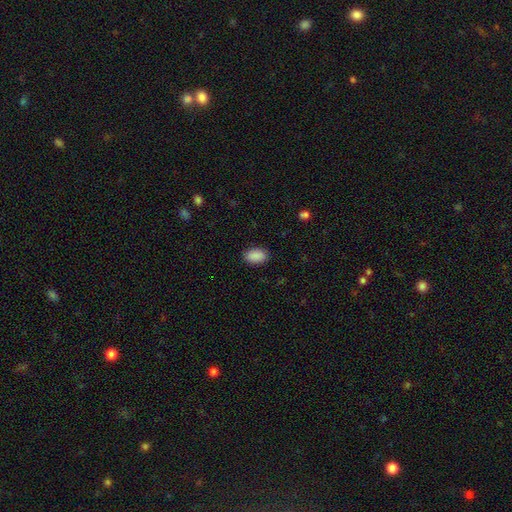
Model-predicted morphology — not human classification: smooth-or-featured: smooth: 90% | star or artifact: 7% | featured or disk: 3%
  how-rounded: in between: 92% | round: 7% | cigar-shaped: 1%
  merging: none: 88% | minor disturbance: 9% | major disturbance: 2% | merger: 1%